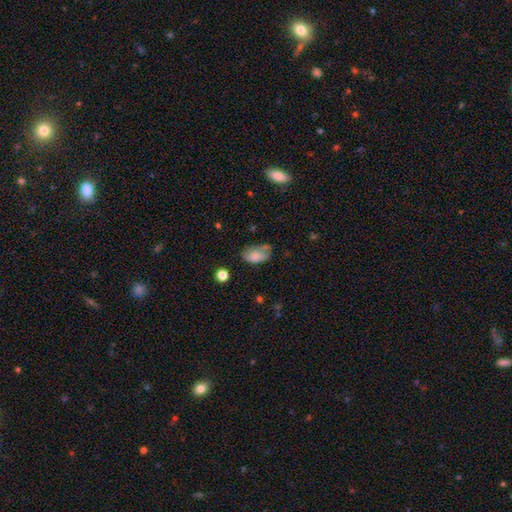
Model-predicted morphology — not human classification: A smooth galaxy with no disk features (72%) that is in between round and cigar-shaped (90%). Merging: none (45%).